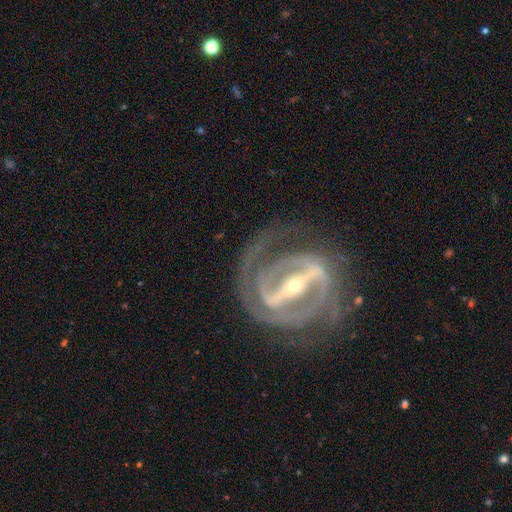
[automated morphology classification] Q: Smooth or featured?
A: featured or disk (92%); runner-up: star or artifact (5%)
Q: Edge-on disk?
A: no (93%); runner-up: yes (7%)
Q: Bar?
A: strong (86%); runner-up: weak (11%)
Q: Spiral arms?
A: yes (96%); runner-up: no (4%)
Q: Spiral winding?
A: tight (62%); runner-up: medium (32%)
Q: Spiral arm count?
A: 2 (70%); runner-up: 3 (11%)
Q: Bulge size?
A: small (51%); runner-up: moderate (43%)
Q: Merging?
A: none (75%); runner-up: minor disturbance (14%)